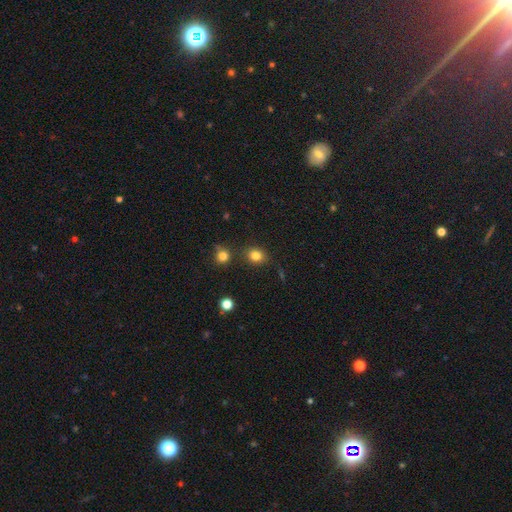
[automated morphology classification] A smooth galaxy with no disk features (82%) that is round (66%). Merging: none (82%).